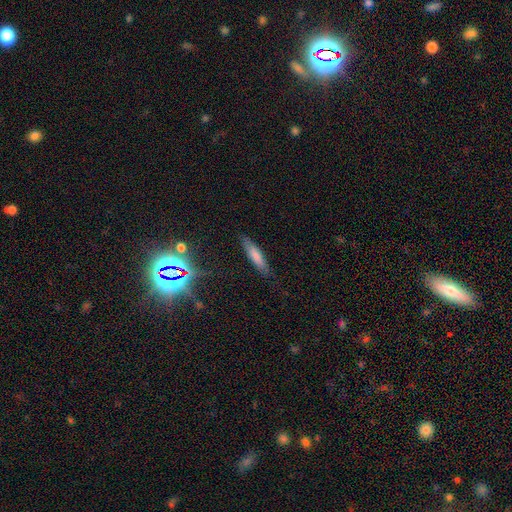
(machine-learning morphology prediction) Smooth or featured: smooth — 74% (featured or disk — 18%)
How rounded: cigar-shaped — 79% (in between — 20%)
Merging: none — 84% (minor disturbance — 12%)